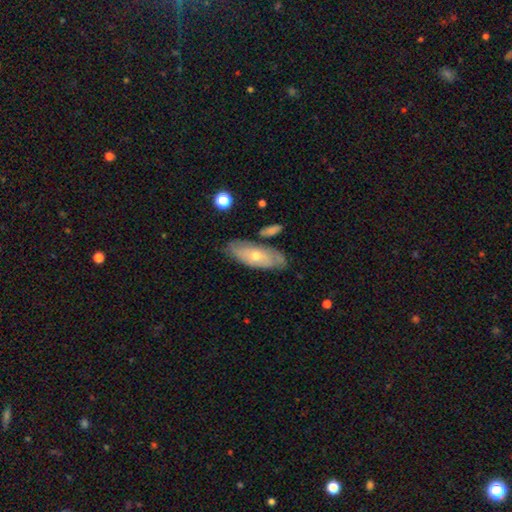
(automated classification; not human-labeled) The model was most divided on "smooth or featured": featured or disk: 50%, smooth: 44%, star or artifact: 6%. More confident: merging — none (74%).